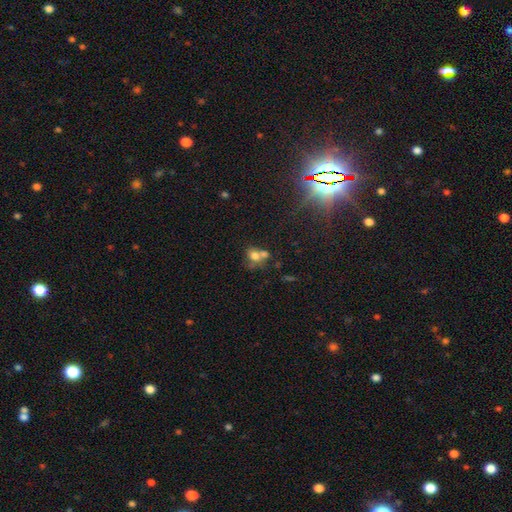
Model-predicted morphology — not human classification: This is likely a smooth galaxy (67%). How rounded: possibly in between (49%, tied with round). Merging: possibly merger (50%).